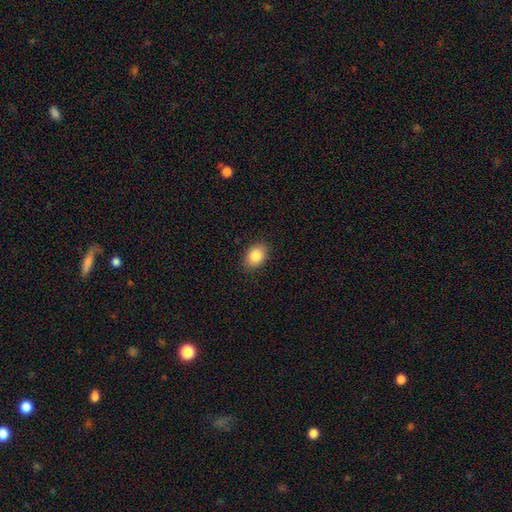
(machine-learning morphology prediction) smooth-or-featured: smooth: 86% | star or artifact: 8% | featured or disk: 6%
  how-rounded: in between: 77% | round: 22% | cigar-shaped: 1%
  merging: none: 88% | minor disturbance: 9% | major disturbance: 2% | merger: 1%